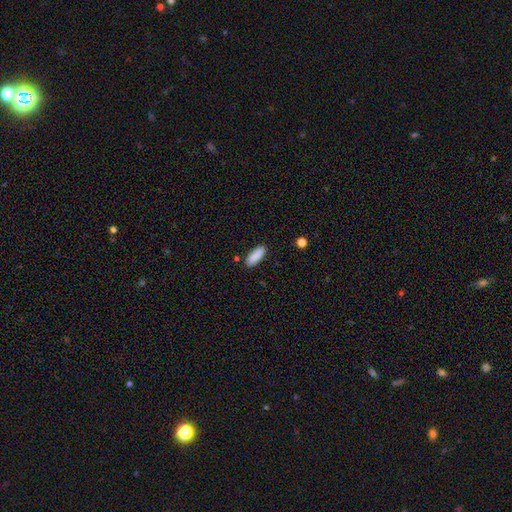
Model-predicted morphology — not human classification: This appears to be a smooth galaxy with no disk features (89%) that is in between round and cigar-shaped (69%). Merging: none (86%).